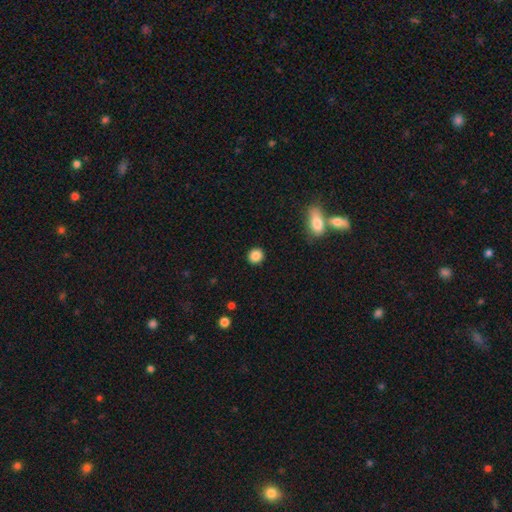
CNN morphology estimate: This is clearly a smooth galaxy (87%). How rounded: clearly round (89%). Merging: clearly none (91%).